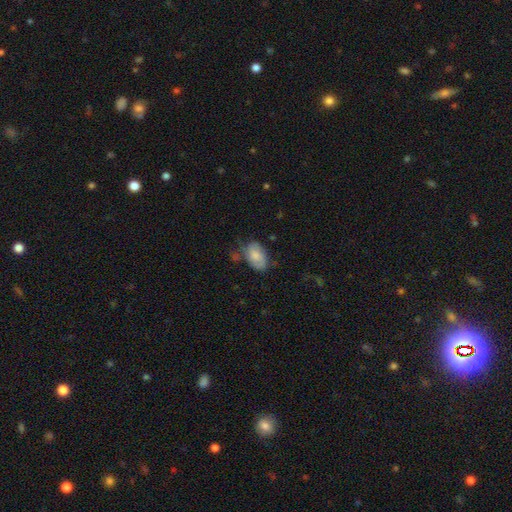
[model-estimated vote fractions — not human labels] smooth-or-featured: smooth: 72% | featured or disk: 21% | star or artifact: 7%
  how-rounded: in between: 89% | round: 10% | cigar-shaped: 1%
  merging: none: 54% | minor disturbance: 30% | major disturbance: 11% | merger: 5%